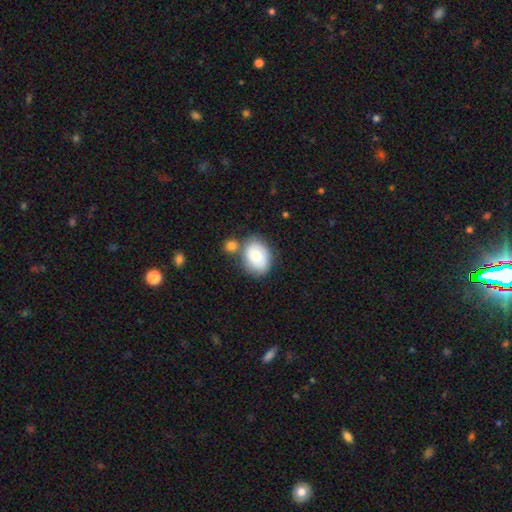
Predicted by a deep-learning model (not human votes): The model was most divided on "how rounded": in between: 67%, round: 32%, cigar-shaped: 1%. More confident: smooth or featured — smooth (73%); merging — none (59%).